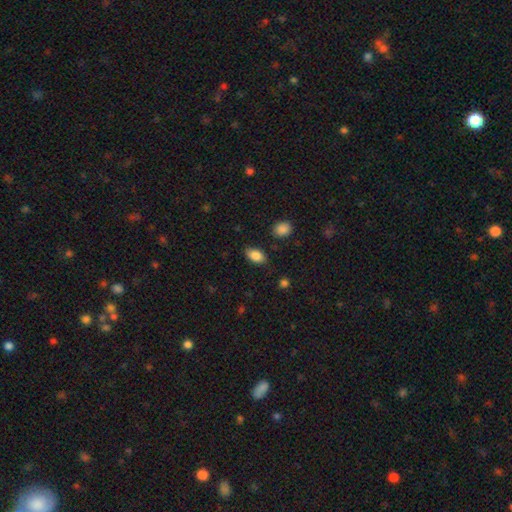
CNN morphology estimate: A smooth galaxy with no disk features (85%) that is in between round and cigar-shaped (89%). Merging: none (82%).